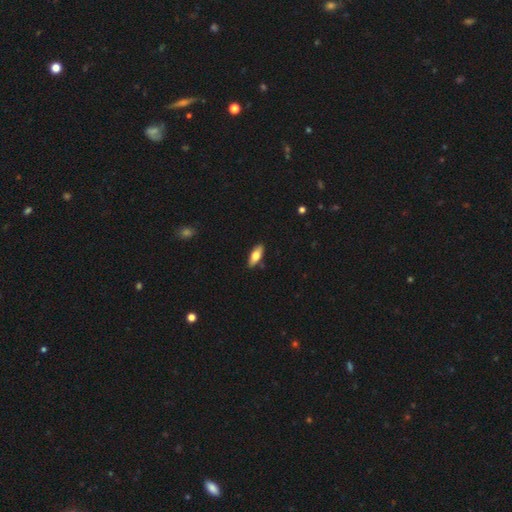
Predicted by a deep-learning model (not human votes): Smooth or featured?
  - smooth: 67% *
  - featured or disk: 27%
  - star or artifact: 6%
How rounded?
  - in between: 74% *
  - cigar-shaped: 23%
  - round: 3%
Merging?
  - none: 86% *
  - minor disturbance: 11%
  - major disturbance: 2%
  - merger: 2%